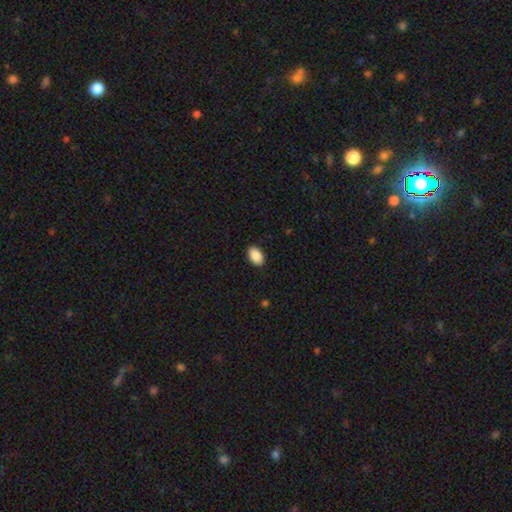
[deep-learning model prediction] Q: Smooth or featured?
A: smooth (90%); runner-up: star or artifact (7%)
Q: How rounded?
A: in between (91%); runner-up: round (8%)
Q: Merging?
A: none (90%); runner-up: minor disturbance (7%)